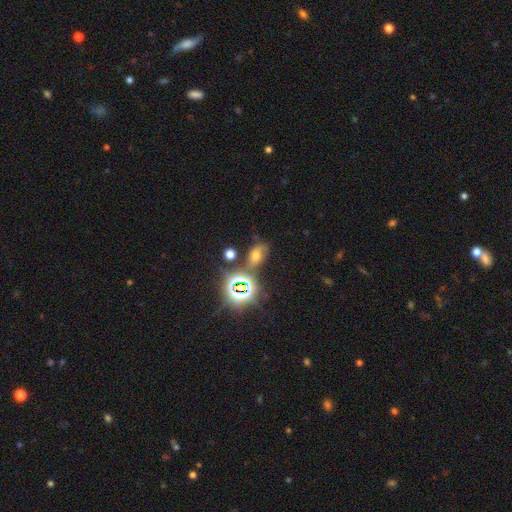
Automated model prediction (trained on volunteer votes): smooth 43%, star or artifact 39%, featured or disk 18%. Down the decision tree: merging — none (61%).